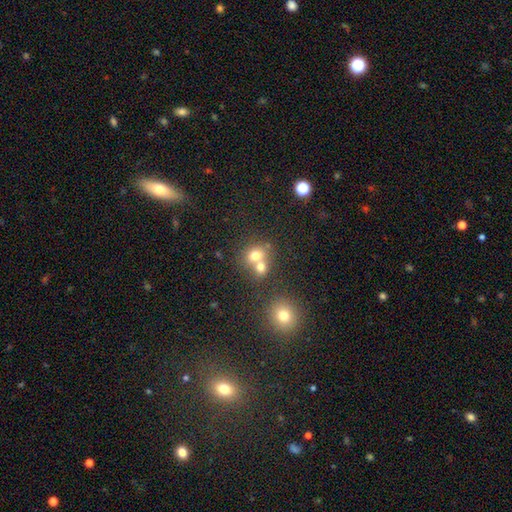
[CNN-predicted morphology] smooth-or-featured: smooth: 72% | star or artifact: 14% | featured or disk: 14%
  how-rounded: round: 68% | in between: 31% | cigar-shaped: 1%
  merging: merger: 57% | none: 34% | minor disturbance: 6% | major disturbance: 3%